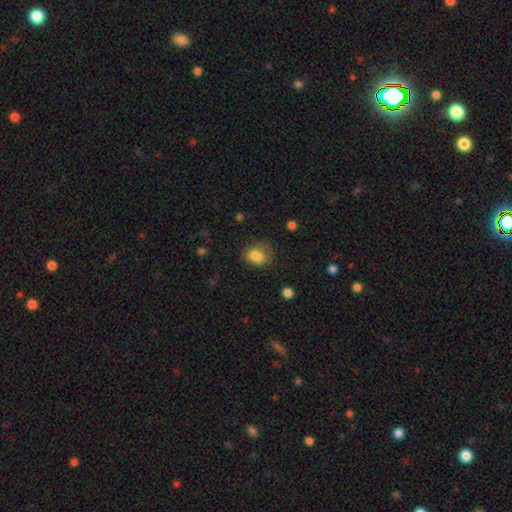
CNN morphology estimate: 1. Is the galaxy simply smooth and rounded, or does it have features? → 80% smooth, 10% star or artifact, 9% featured or disk.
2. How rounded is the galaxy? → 53% in between, 46% round, 1% cigar-shaped.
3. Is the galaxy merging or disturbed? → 54% none, 28% minor disturbance, 14% major disturbance, 4% merger.